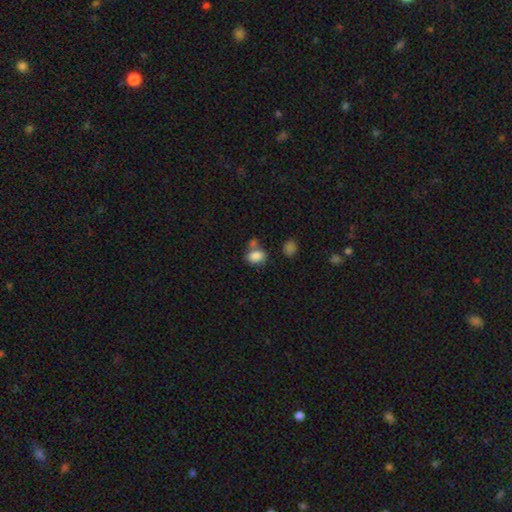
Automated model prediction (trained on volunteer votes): The model was most divided on "merging": none: 50%, merger: 29%, minor disturbance: 15%, major disturbance: 6%. More confident: smooth or featured — smooth (84%); how rounded — in between (73%).